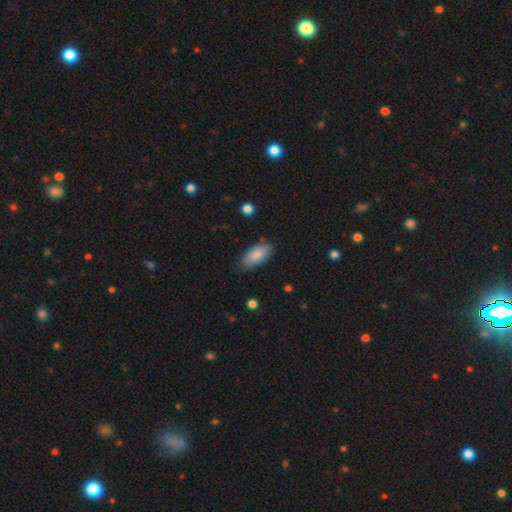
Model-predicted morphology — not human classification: smooth_or_featured: smooth (p=0.85) [alt: featured or disk p=0.09]
how_rounded: in between (p=0.88) [alt: cigar-shaped p=0.10]
merging: none (p=0.79) [alt: minor disturbance p=0.16]